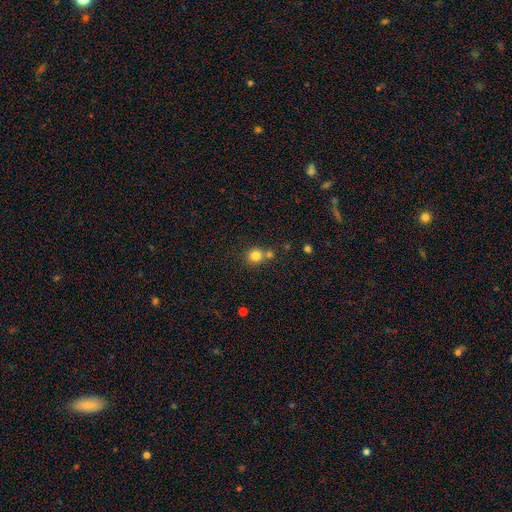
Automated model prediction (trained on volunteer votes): A smooth galaxy with no disk features (81%) that is round (86%). Merging: none (61%).